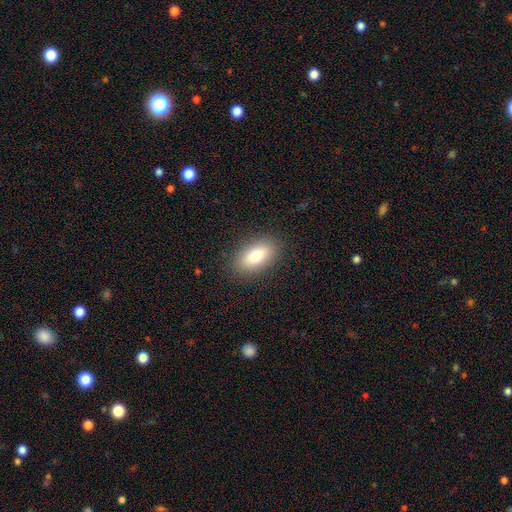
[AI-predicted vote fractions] smooth_or_featured: smooth (p=0.83) [alt: featured or disk p=0.10]
how_rounded: in between (p=0.88) [alt: cigar-shaped p=0.08]
merging: none (p=0.87) [alt: minor disturbance p=0.09]